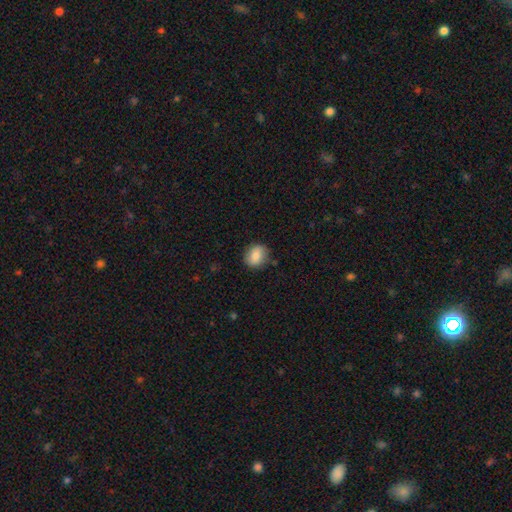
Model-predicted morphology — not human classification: Smooth or featured?
  - smooth: 82% *
  - featured or disk: 10%
  - star or artifact: 8%
How rounded?
  - round: 61% *
  - in between: 38%
  - cigar-shaped: 1%
Merging?
  - none: 83% *
  - minor disturbance: 12%
  - major disturbance: 3%
  - merger: 1%